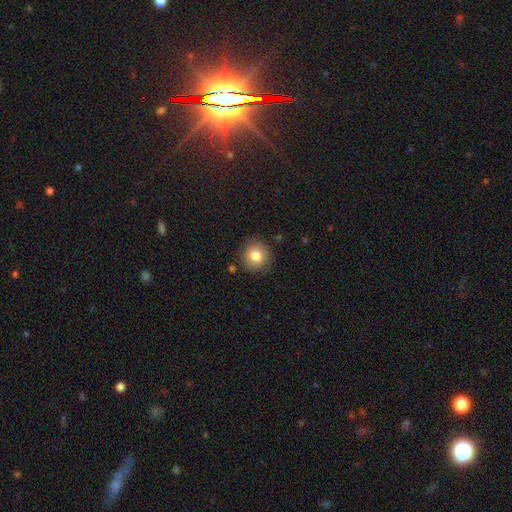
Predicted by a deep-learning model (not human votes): smooth-or-featured: smooth: 81% | star or artifact: 10% | featured or disk: 9%
  how-rounded: round: 90% | in between: 9% | cigar-shaped: 1%
  merging: none: 87% | minor disturbance: 9% | major disturbance: 3% | merger: 2%